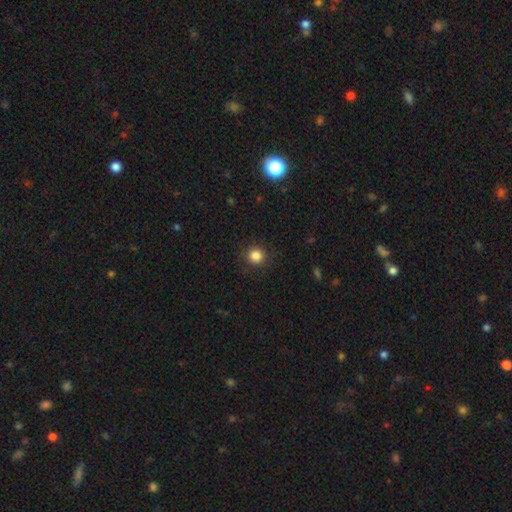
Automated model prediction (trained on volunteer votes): This appears to be a smooth galaxy with no disk features (84%) that is round (93%). Merging: none (90%).